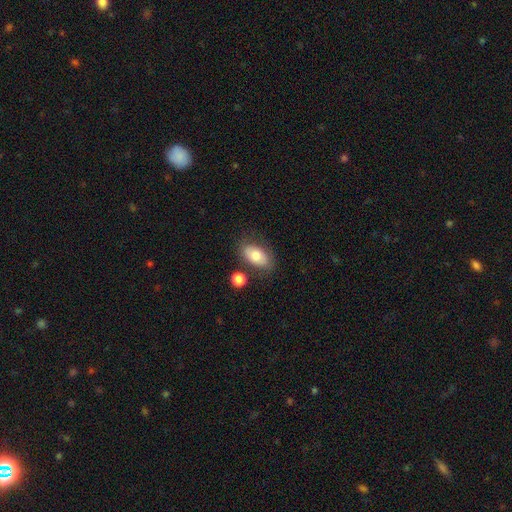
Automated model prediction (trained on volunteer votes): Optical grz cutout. It shows a smooth galaxy with no disk features (75%) that is in between round and cigar-shaped (91%). Merging: none (73%).